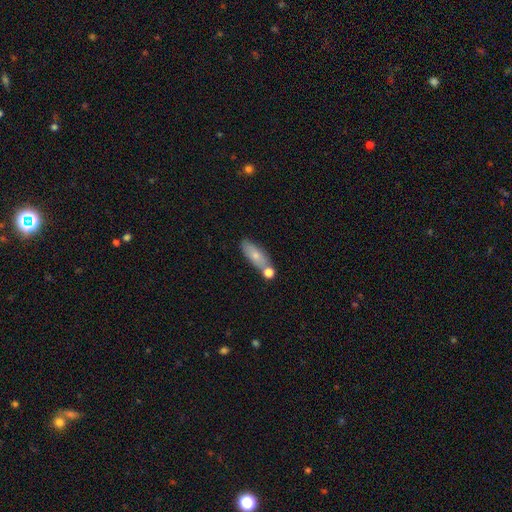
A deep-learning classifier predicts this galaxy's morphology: smooth_or_featured: smooth (p=0.71) [alt: featured or disk p=0.22]
how_rounded: in between (p=0.66) [alt: cigar-shaped p=0.30]
merging: none (p=0.60) [alt: merger p=0.22]